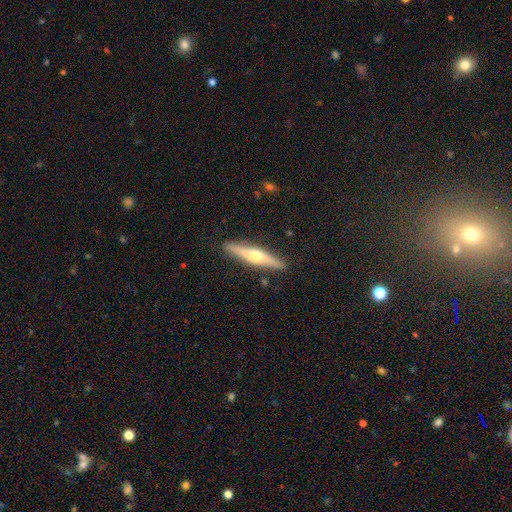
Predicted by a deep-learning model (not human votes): Q: Smooth or featured?
A: featured or disk (66%); runner-up: smooth (28%)
Q: Edge-on disk?
A: yes (96%); runner-up: no (4%)
Q: Edge-on bulge?
A: rounded (92%); runner-up: boxy (4%)
Q: Merging?
A: none (90%); runner-up: minor disturbance (7%)